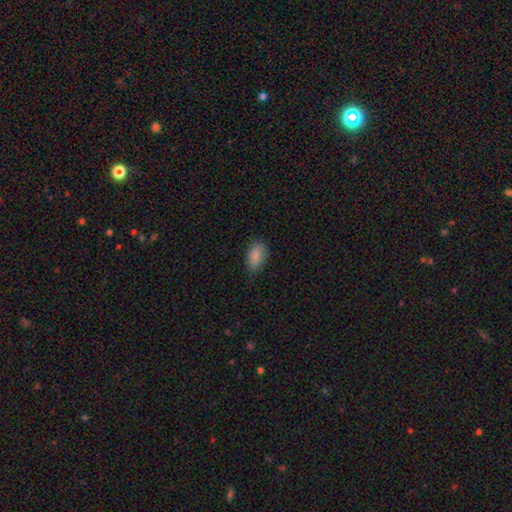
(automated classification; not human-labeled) Smooth or featured?
  - smooth: 87% *
  - star or artifact: 7%
  - featured or disk: 6%
How rounded?
  - in between: 91% *
  - round: 7%
  - cigar-shaped: 2%
Merging?
  - none: 79% *
  - minor disturbance: 16%
  - major disturbance: 3%
  - merger: 1%